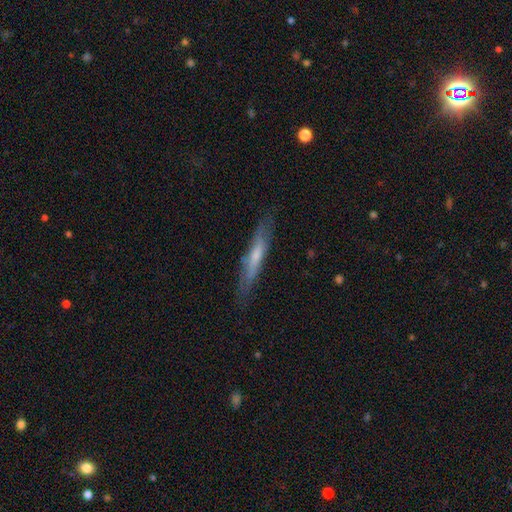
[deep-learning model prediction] Smooth or featured: featured or disk — 49% (smooth — 45%)
Merging: none — 82% (minor disturbance — 13%)